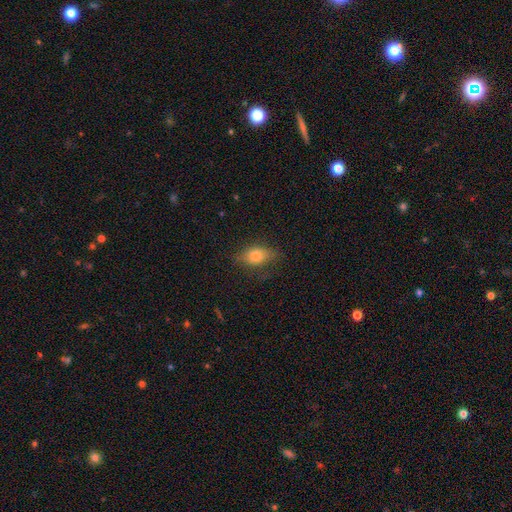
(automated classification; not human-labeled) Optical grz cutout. It shows a smooth galaxy with no disk features (70%) that is in between round and cigar-shaped (80%). Merging: none (63%).